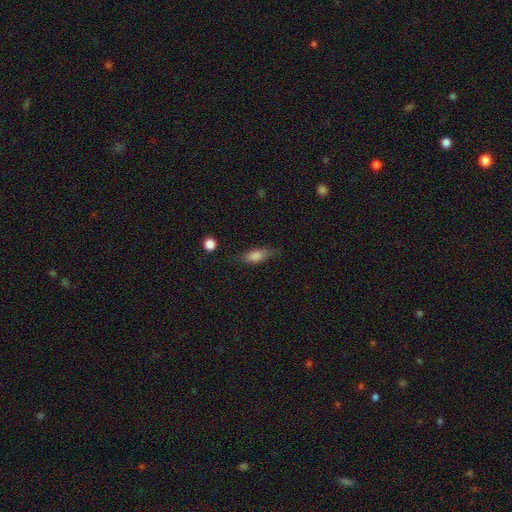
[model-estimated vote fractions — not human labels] Smooth or featured?
  - smooth: 81% *
  - featured or disk: 11%
  - star or artifact: 8%
How rounded?
  - in between: 77% *
  - cigar-shaped: 19%
  - round: 4%
Merging?
  - none: 69% *
  - minor disturbance: 23%
  - major disturbance: 7%
  - merger: 2%